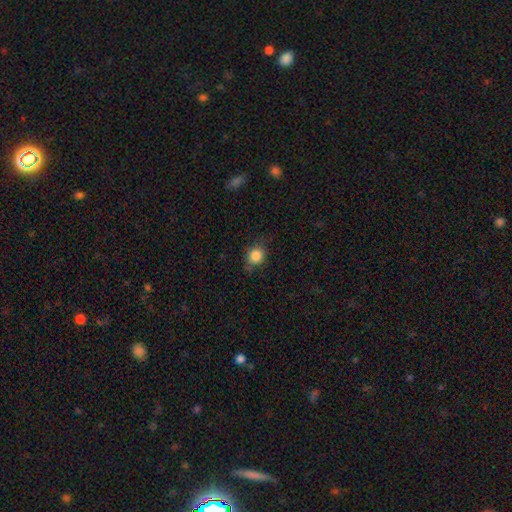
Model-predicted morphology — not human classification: This is clearly a smooth galaxy (85%). How rounded: likely round (74%). Merging: likely none (73%).